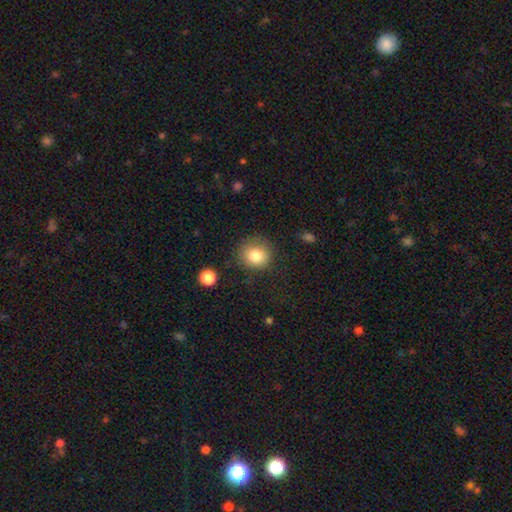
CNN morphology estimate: A smooth galaxy with no disk features (83%) that is round (85%).

Vote fractions:
- Smooth or featured? smooth: 83% / star or artifact: 10% / featured or disk: 7%
- How rounded? round: 85% / in between: 14% / cigar-shaped: 1%
- Merging? none: 78% / minor disturbance: 15% / major disturbance: 5% / merger: 2%